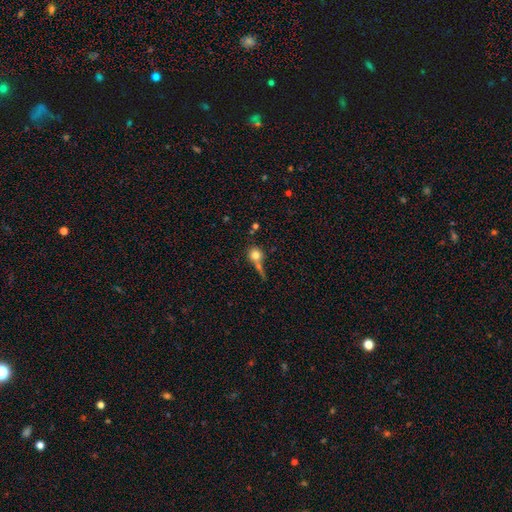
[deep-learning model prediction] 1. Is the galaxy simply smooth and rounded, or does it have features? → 75% smooth, 14% featured or disk, 11% star or artifact.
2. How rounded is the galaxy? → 80% round, 16% in between, 4% cigar-shaped.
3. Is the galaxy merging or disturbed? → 45% none, 30% merger, 13% minor disturbance, 11% major disturbance.